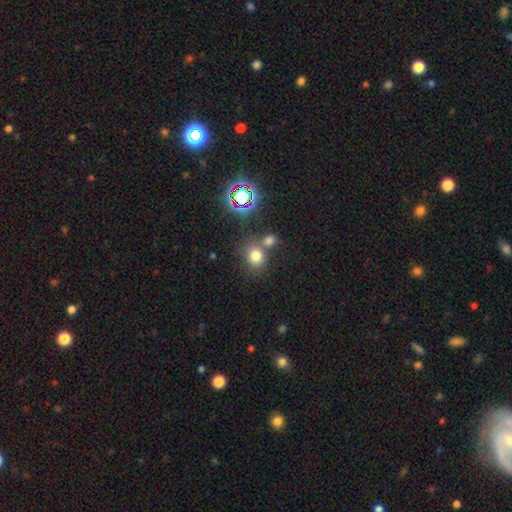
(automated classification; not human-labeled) Smooth or featured? smooth (73%)
How rounded? round (78%)
Merging? none (57%)